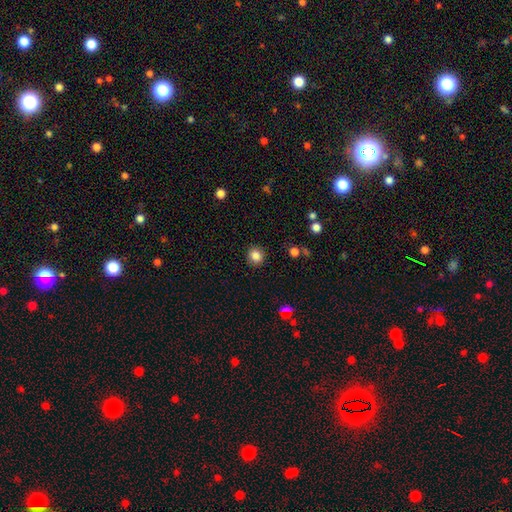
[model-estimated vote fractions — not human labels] smooth_or_featured: smooth (p=0.83) [alt: star or artifact p=0.11]
how_rounded: round (p=0.85) [alt: in between p=0.14]
merging: none (p=0.91) [alt: minor disturbance p=0.06]